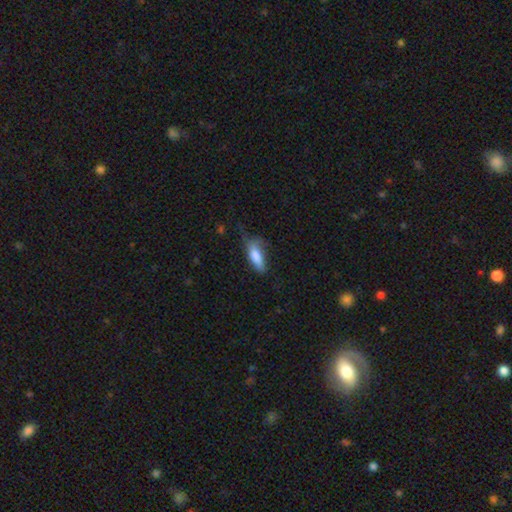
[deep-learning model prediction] This is likely a smooth galaxy (78%). How rounded: likely in between (68%). Merging: marginally none (38%).